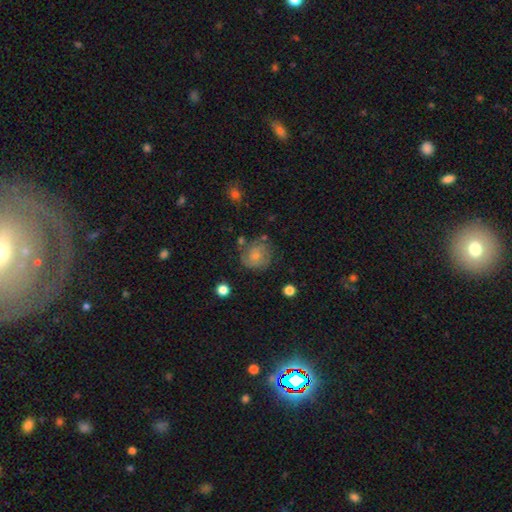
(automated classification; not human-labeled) smooth 47%, featured or disk 44%, star or artifact 9%. Down the decision tree: merging — none (63%).